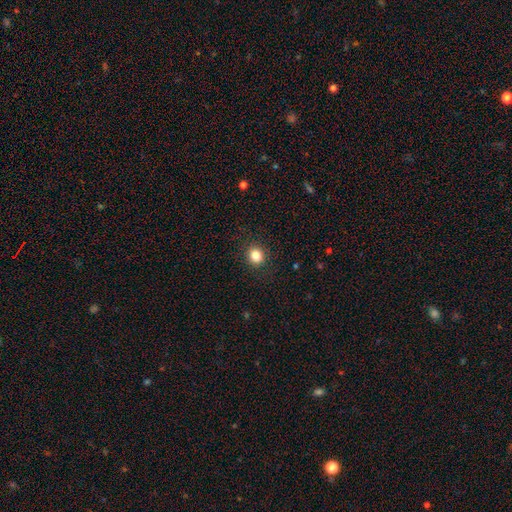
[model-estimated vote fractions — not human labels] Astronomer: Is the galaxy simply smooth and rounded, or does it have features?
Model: smooth — 84%.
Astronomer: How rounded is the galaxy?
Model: round — 82%.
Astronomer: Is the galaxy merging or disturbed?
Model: none — 91%.